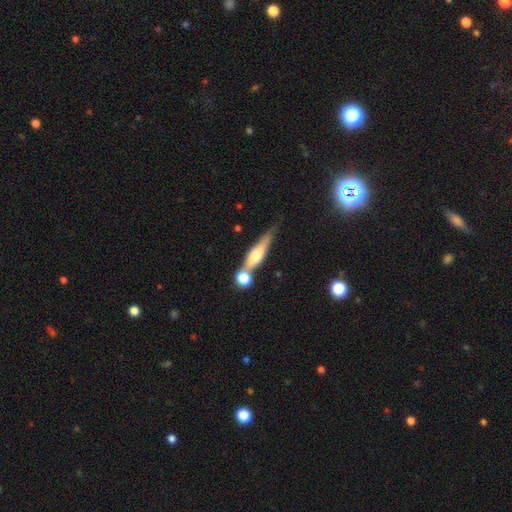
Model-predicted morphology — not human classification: Smooth or featured? Predicted: featured or disk (p=0.49). Merging? Predicted: none (p=0.43).